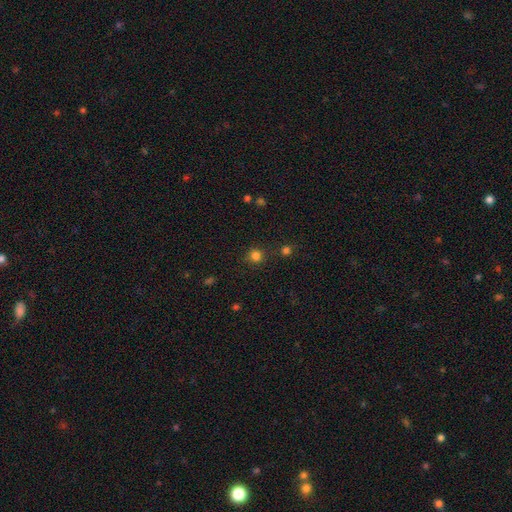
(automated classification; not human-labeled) A smooth galaxy with no disk features (79%) that is round (92%).

Vote fractions:
- Smooth or featured? smooth: 79% / star or artifact: 16% / featured or disk: 4%
- How rounded? round: 92% / in between: 7% / cigar-shaped: 1%
- Merging? none: 83% / minor disturbance: 9% / merger: 5% / major disturbance: 3%